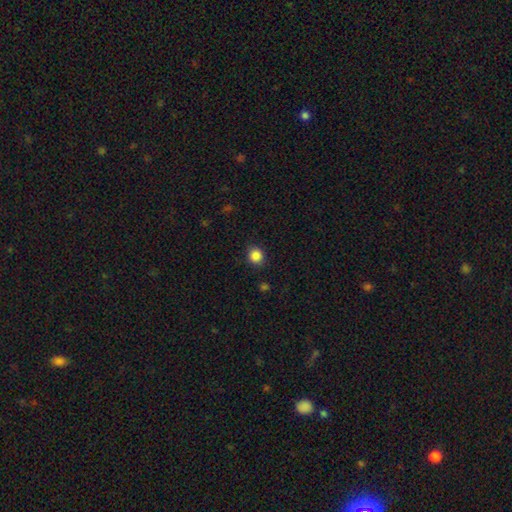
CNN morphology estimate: Smooth or featured? Predicted: smooth (p=0.87). How rounded? Predicted: round (p=0.87). Merging? Predicted: none (p=0.89).